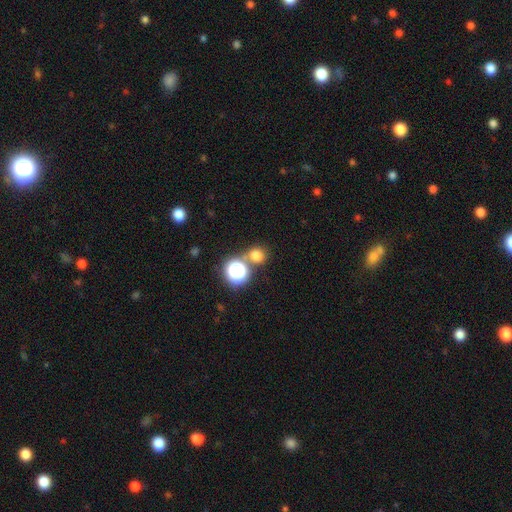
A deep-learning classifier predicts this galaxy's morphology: smooth 72%, star or artifact 22%, featured or disk 6%. Down the decision tree: how rounded — round (84%); merging — none (68%).